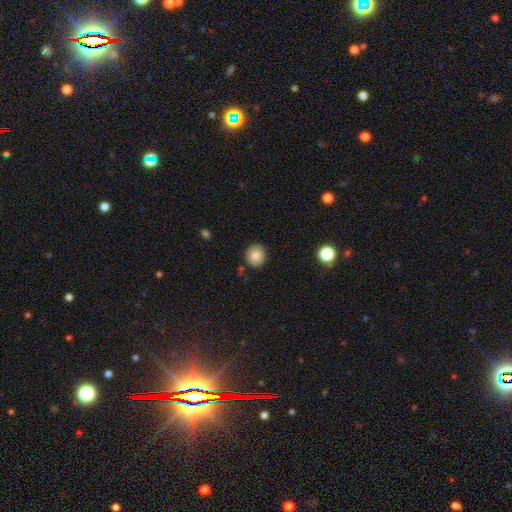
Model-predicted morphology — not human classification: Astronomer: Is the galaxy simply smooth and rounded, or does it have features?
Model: smooth — 82%.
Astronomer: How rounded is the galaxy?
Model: round — 85%.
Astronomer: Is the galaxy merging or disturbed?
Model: none — 85%.